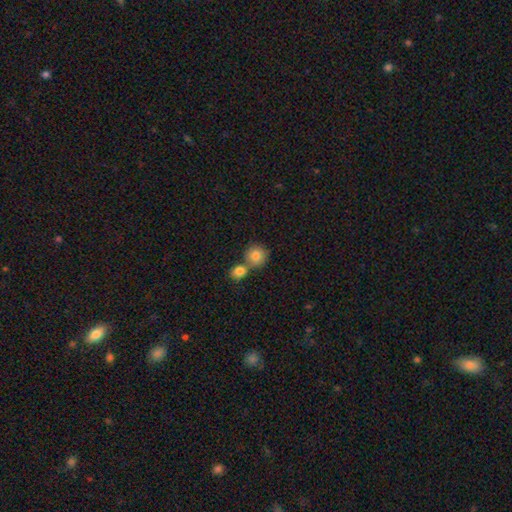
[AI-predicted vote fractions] Smooth or featured?
  - smooth: 83% *
  - star or artifact: 9%
  - featured or disk: 8%
How rounded?
  - round: 88% *
  - in between: 11%
  - cigar-shaped: 1%
Merging?
  - none: 49% *
  - merger: 41%
  - minor disturbance: 7%
  - major disturbance: 2%